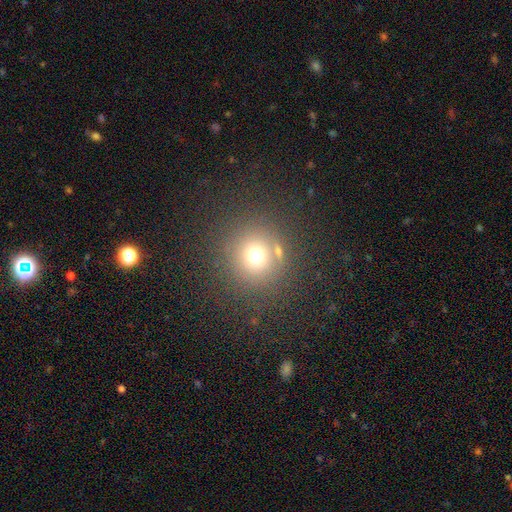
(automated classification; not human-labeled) A smooth galaxy with no disk features (70%) that is round (92%). Merging: none (78%).